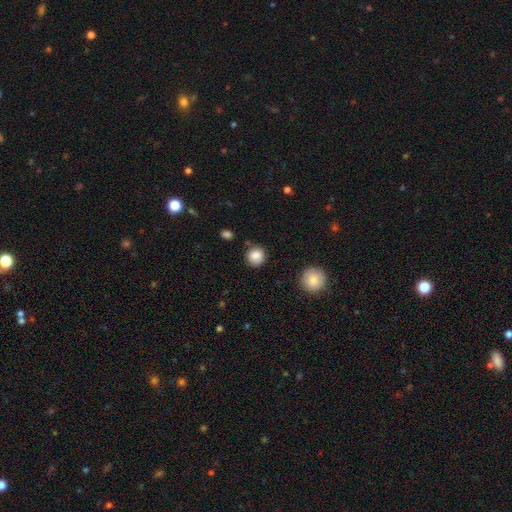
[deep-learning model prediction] smooth 86%, star or artifact 9%, featured or disk 5%. Down the decision tree: how rounded — round (90%); merging — none (85%).